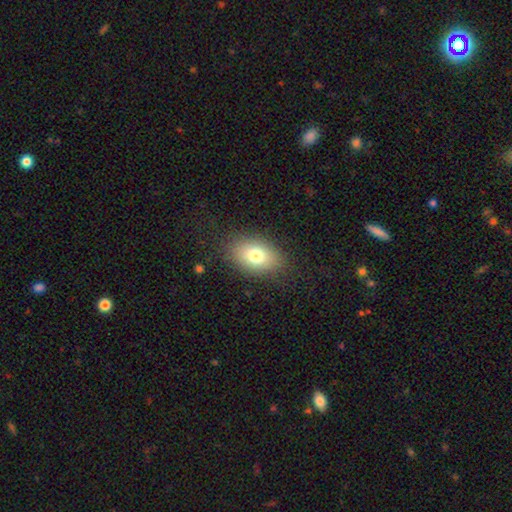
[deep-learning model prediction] smooth 77%, featured or disk 13%, star or artifact 10%. Down the decision tree: how rounded — in between (84%); merging — none (83%).